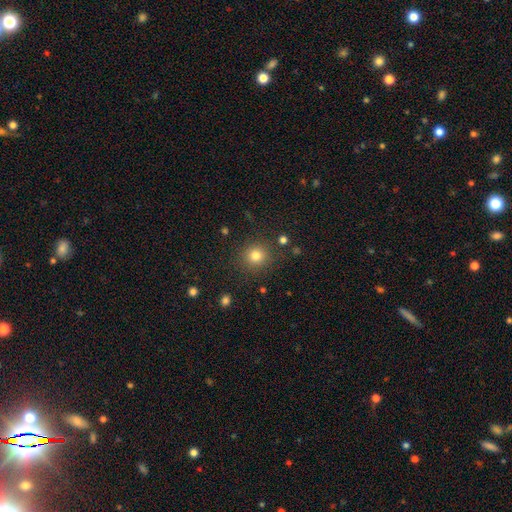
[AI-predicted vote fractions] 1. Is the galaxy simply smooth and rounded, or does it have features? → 80% smooth, 14% star or artifact, 7% featured or disk.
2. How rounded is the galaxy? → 91% round, 8% in between, 1% cigar-shaped.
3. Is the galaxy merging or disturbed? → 88% none, 7% minor disturbance, 3% major disturbance, 2% merger.